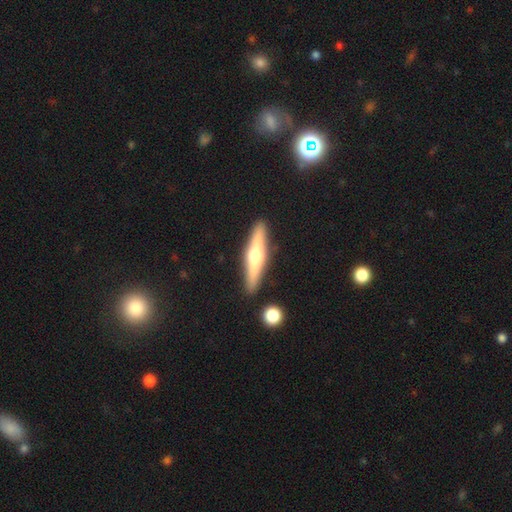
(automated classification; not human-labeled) Overall: featured or disk (58%; smooth 36%). Edge-on disk: yes (95%). Edge-on bulge: rounded (92%). Merging: none (89%).